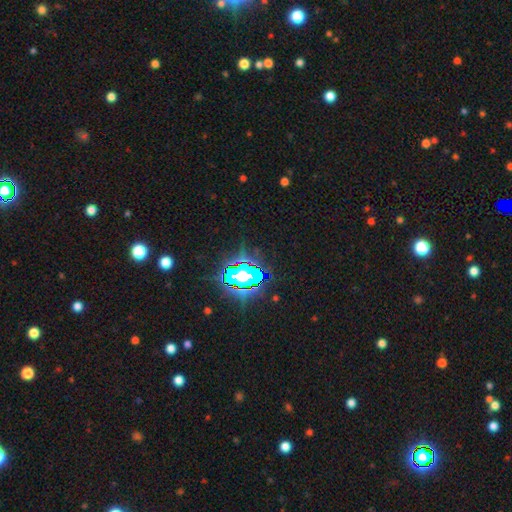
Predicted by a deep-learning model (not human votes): smooth-or-featured: star or artifact: 84% | smooth: 10% | featured or disk: 7%